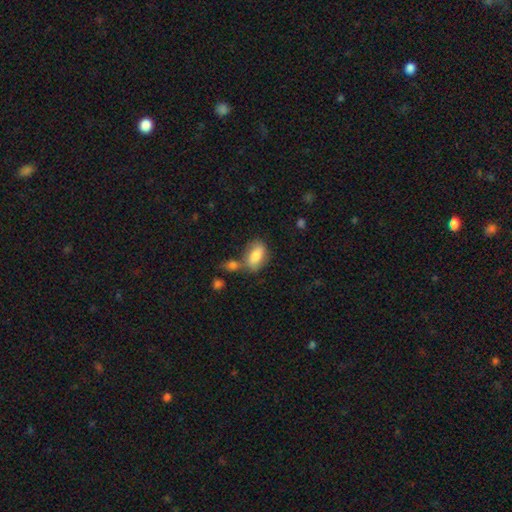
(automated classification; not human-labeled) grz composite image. It shows a smooth galaxy with no disk features (80%) that is in between round and cigar-shaped (89%). Merging: none (55%).